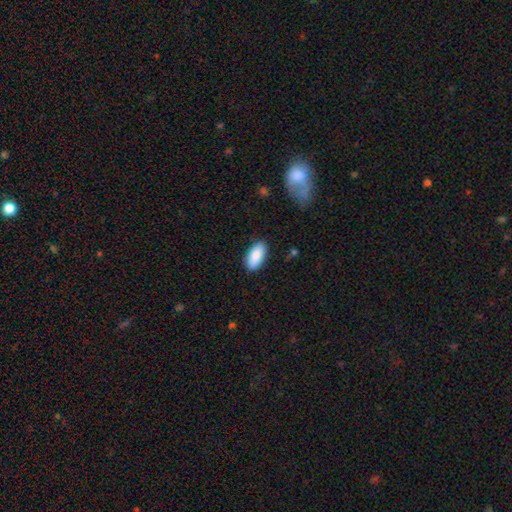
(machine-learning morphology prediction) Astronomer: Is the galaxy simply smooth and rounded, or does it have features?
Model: smooth — 89%.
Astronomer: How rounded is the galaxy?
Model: in between — 91%.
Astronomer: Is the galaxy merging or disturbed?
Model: none — 87%.